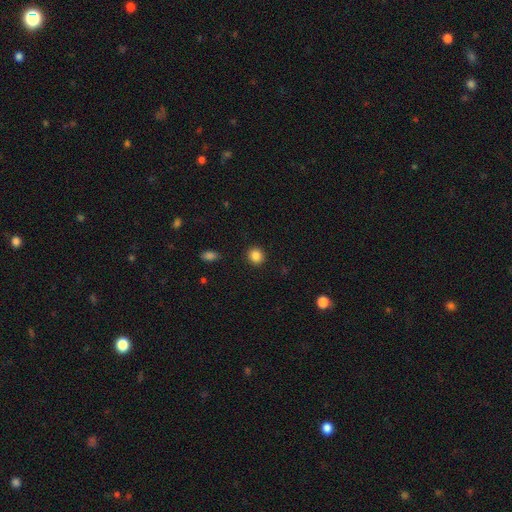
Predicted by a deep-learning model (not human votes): Overall: smooth (86%). How rounded: round (87%). Merging: none (91%).